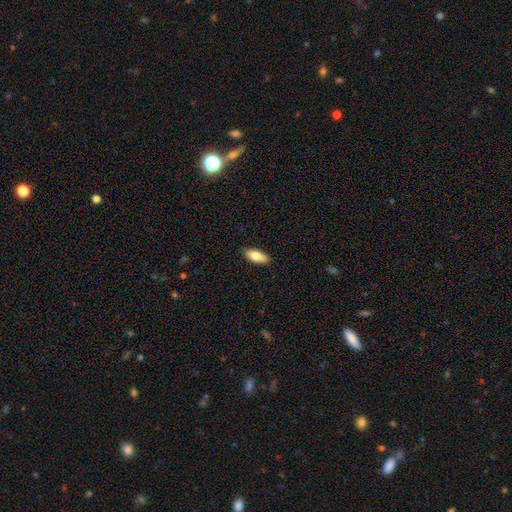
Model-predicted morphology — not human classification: A smooth galaxy with no disk features (73%) that is in between round and cigar-shaped (78%).

Vote fractions:
- Smooth or featured? smooth: 73% / featured or disk: 21% / star or artifact: 6%
- How rounded? in between: 78% / cigar-shaped: 19% / round: 2%
- Merging? none: 88% / minor disturbance: 9% / major disturbance: 2% / merger: 1%